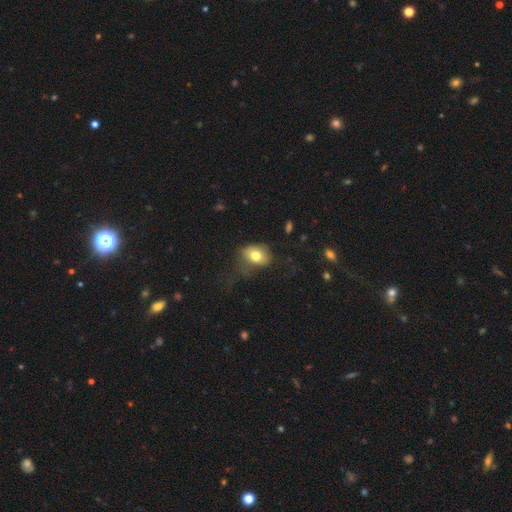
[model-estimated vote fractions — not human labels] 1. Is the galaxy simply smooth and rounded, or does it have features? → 76% smooth, 15% featured or disk, 9% star or artifact.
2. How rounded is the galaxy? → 71% in between, 28% round, 1% cigar-shaped.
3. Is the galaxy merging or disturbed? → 43% none, 29% minor disturbance, 25% major disturbance, 2% merger.